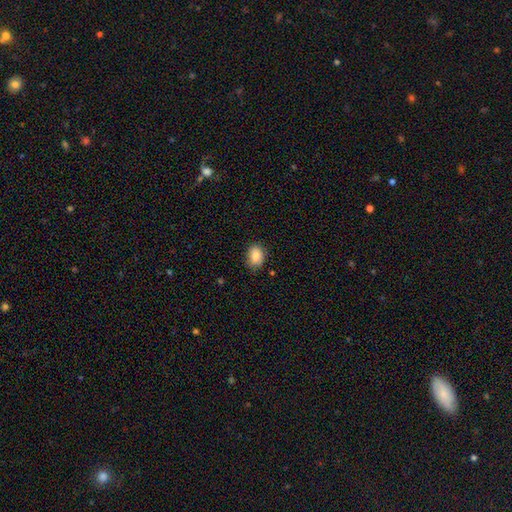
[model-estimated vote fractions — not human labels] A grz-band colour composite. It shows a smooth galaxy with no disk features (86%) that is in between round and cigar-shaped (74%). Merging: none (81%).